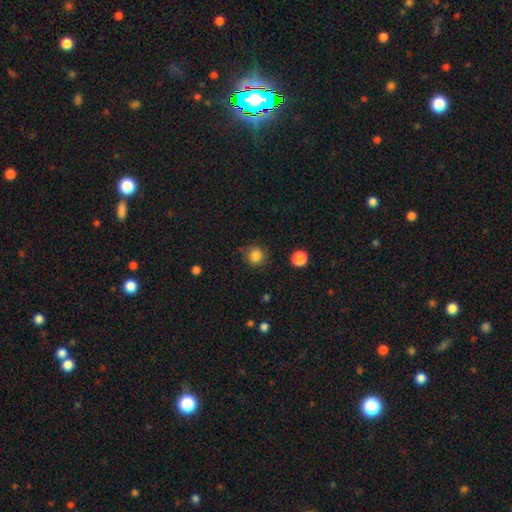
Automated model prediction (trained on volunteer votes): A smooth galaxy with no disk features (85%) that is round (92%). Merging: none (84%).